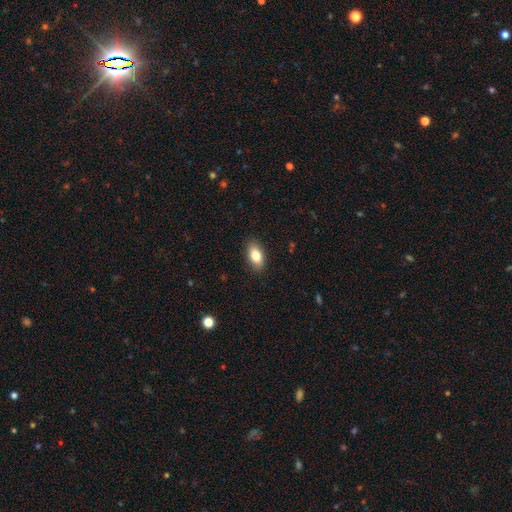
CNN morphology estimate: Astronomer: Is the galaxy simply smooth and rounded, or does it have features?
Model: smooth — 83%.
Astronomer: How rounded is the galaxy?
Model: in between — 90%.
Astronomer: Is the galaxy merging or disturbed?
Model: none — 88%.